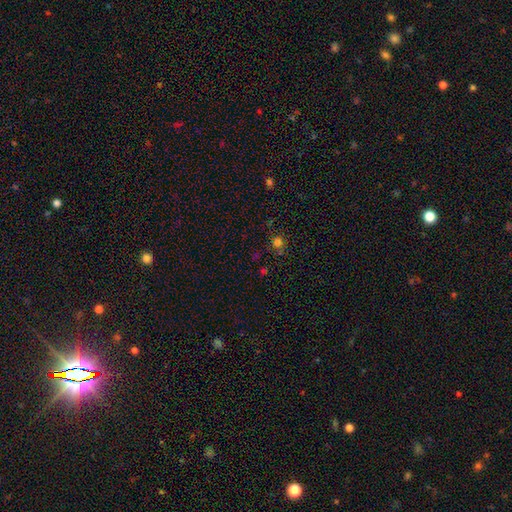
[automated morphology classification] Overall: smooth (51%; star or artifact 43%). How rounded: round (84%). Merging: none (76%).